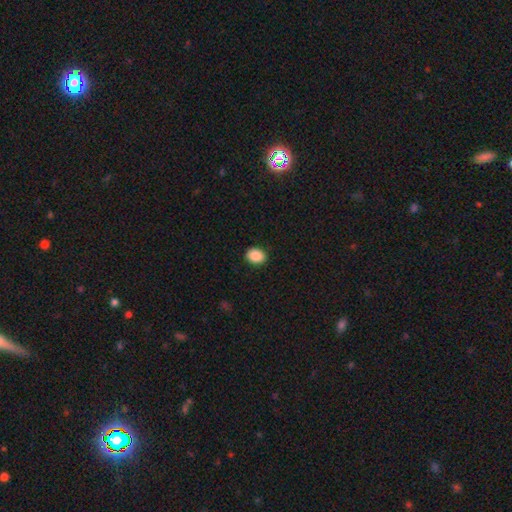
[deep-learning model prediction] This appears to be a smooth galaxy with no disk features (89%) that is in between round and cigar-shaped (59%). Merging: none (90%).